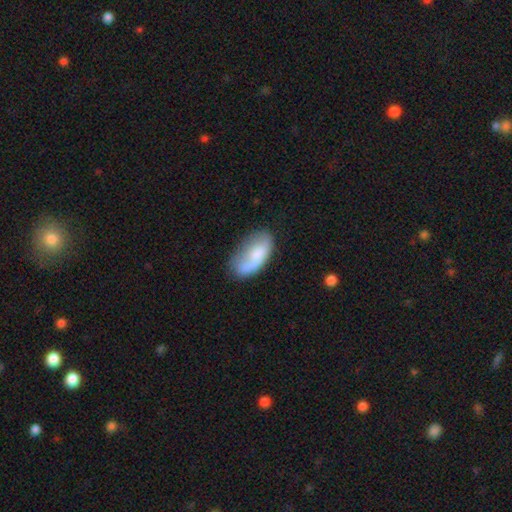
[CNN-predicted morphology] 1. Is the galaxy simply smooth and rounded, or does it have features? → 66% smooth, 27% featured or disk, 7% star or artifact.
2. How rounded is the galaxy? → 93% in between, 4% cigar-shaped, 3% round.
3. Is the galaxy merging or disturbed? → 48% none, 29% minor disturbance, 16% major disturbance, 7% merger.